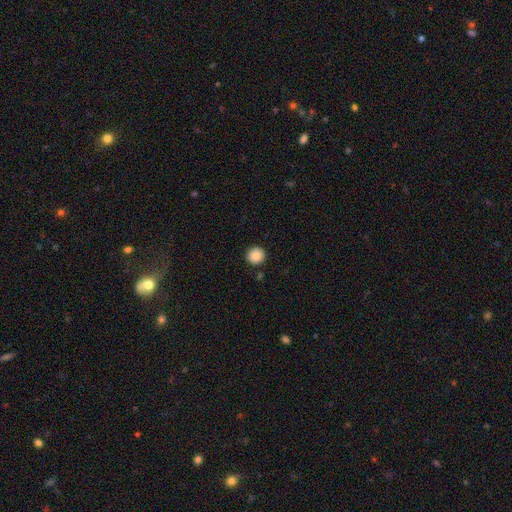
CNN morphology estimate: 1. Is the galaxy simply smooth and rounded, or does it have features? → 88% smooth, 9% star or artifact, 4% featured or disk.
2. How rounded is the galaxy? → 93% round, 6% in between, 1% cigar-shaped.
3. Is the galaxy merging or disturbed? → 91% none, 6% minor disturbance, 2% merger, 2% major disturbance.